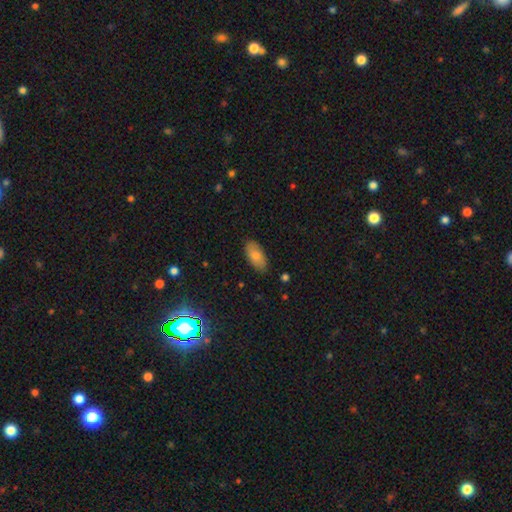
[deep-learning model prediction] The model was most divided on "smooth or featured": smooth: 78%, featured or disk: 14%, star or artifact: 7%. More confident: how rounded — in between (92%); merging — none (85%).